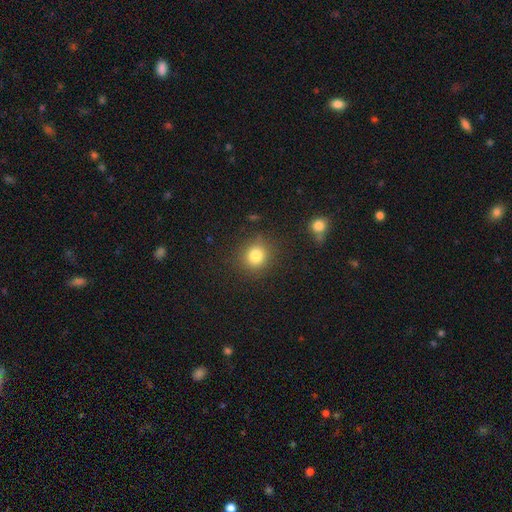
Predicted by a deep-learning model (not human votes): smooth_or_featured: smooth (p=0.82) [alt: star or artifact p=0.12]
how_rounded: round (p=0.87) [alt: in between p=0.12]
merging: none (p=0.86) [alt: minor disturbance p=0.09]